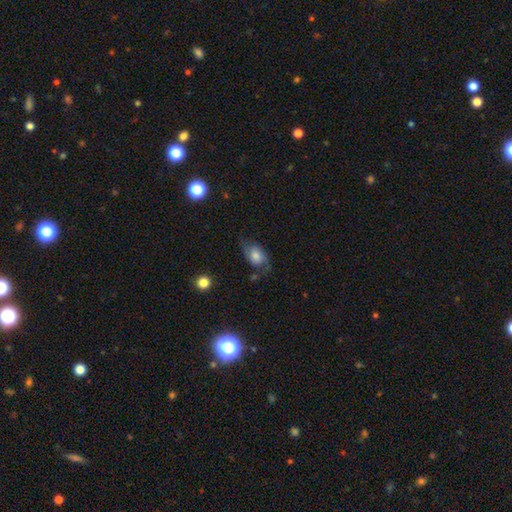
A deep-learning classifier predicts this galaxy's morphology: A smooth galaxy with no disk features (46%). Merging: none (57%).